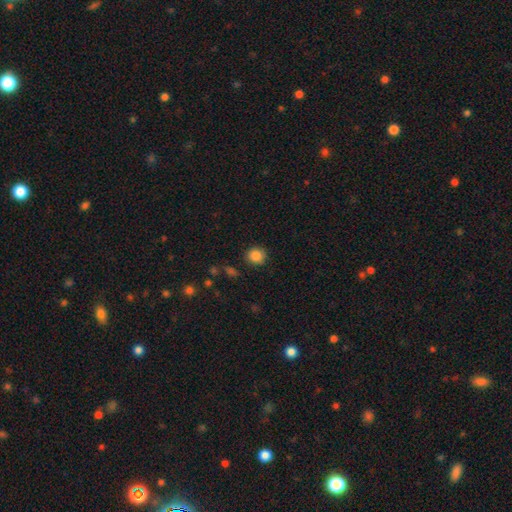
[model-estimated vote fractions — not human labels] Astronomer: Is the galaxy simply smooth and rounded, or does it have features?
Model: smooth — 86%.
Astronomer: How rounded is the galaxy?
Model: round — 85%.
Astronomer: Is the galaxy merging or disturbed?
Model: none — 87%.